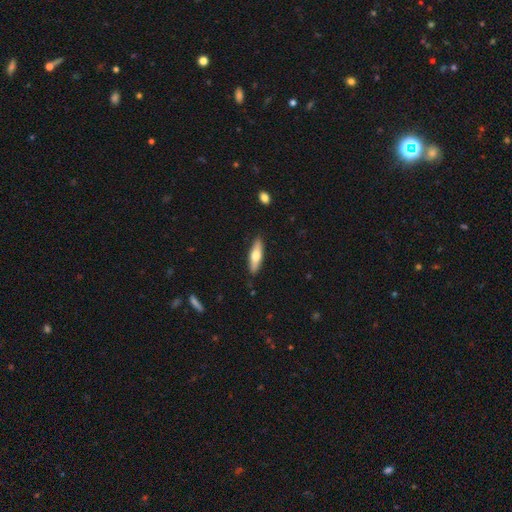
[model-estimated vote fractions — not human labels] The model was most divided on "how rounded": cigar-shaped: 60%, in between: 38%, round: 2%. More confident: merging — none (88%); smooth or featured — smooth (59%).